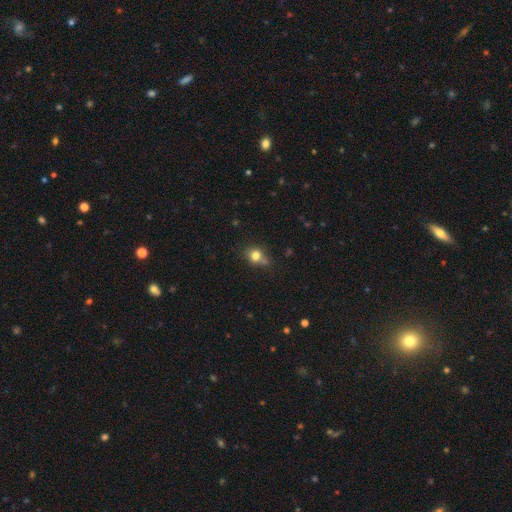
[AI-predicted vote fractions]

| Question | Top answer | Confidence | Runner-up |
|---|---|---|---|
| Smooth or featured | smooth | 79% | star or artifact (12%) |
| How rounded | round | 75% | in between (24%) |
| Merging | none | 59% | minor disturbance (19%) |